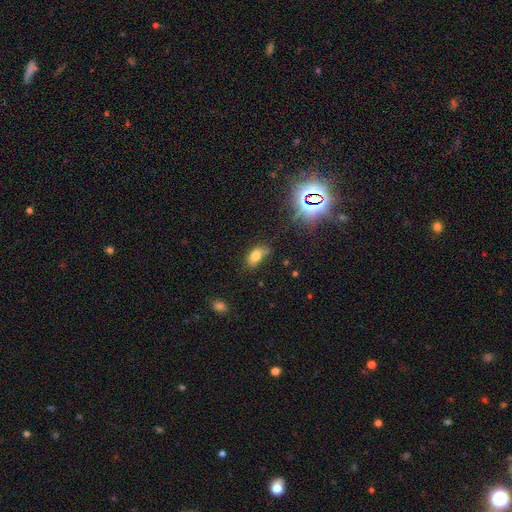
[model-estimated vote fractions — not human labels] This is likely a smooth galaxy (72%). How rounded: clearly in between (86%). Merging: possibly none (50%).